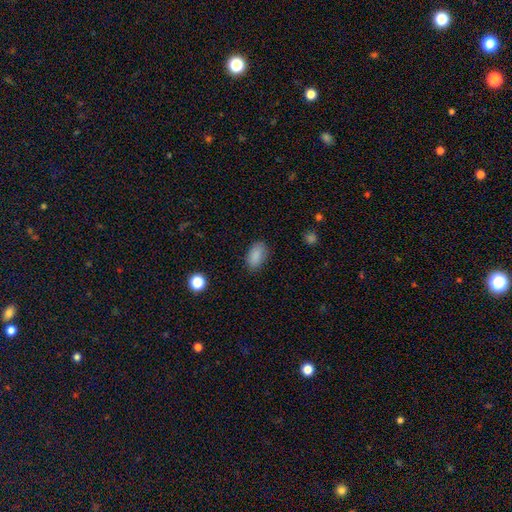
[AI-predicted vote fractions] Q: Smooth or featured?
A: smooth (87%); runner-up: star or artifact (8%)
Q: How rounded?
A: in between (92%); runner-up: round (6%)
Q: Merging?
A: none (82%); runner-up: minor disturbance (14%)